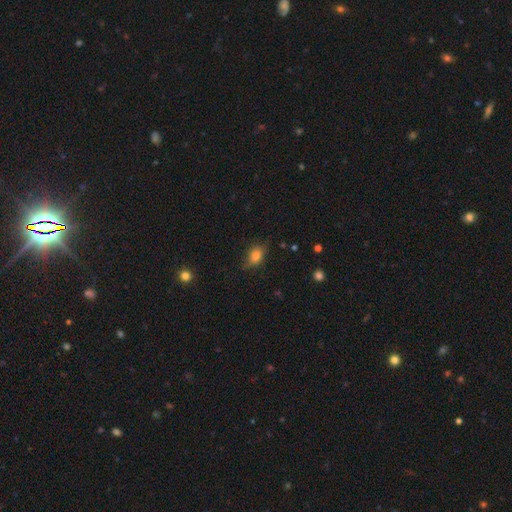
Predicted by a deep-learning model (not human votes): A smooth galaxy with no disk features (77%) that is in between round and cigar-shaped (73%).

Vote fractions:
- Smooth or featured? smooth: 77% / featured or disk: 13% / star or artifact: 10%
- How rounded? in between: 73% / round: 24% / cigar-shaped: 3%
- Merging? none: 66% / minor disturbance: 26% / major disturbance: 6% / merger: 1%